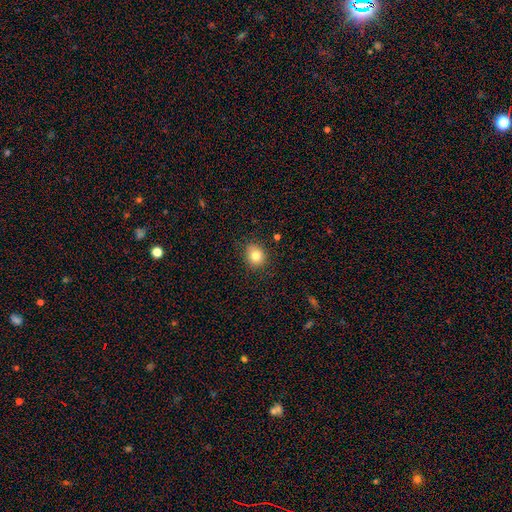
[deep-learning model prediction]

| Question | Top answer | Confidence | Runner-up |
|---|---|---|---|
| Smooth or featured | smooth | 81% | star or artifact (10%) |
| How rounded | round | 69% | in between (30%) |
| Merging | none | 86% | minor disturbance (11%) |